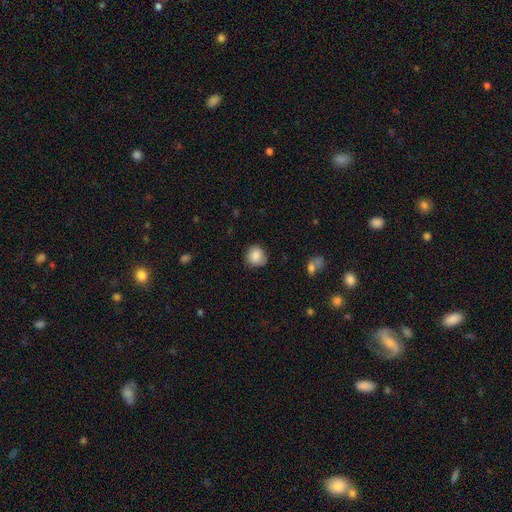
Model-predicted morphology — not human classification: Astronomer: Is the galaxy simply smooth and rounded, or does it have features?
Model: smooth — 86%.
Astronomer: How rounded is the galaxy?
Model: round — 86%.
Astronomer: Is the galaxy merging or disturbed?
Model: none — 80%.